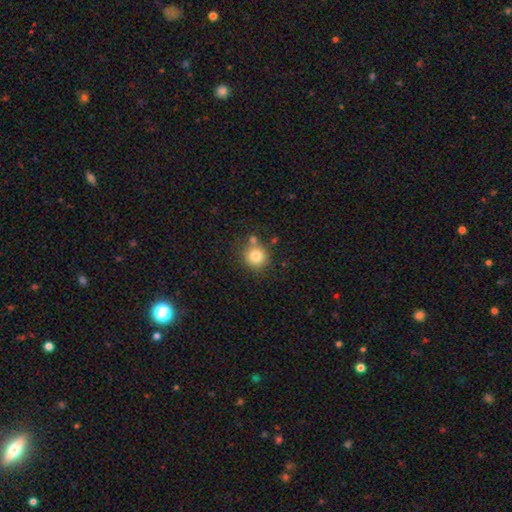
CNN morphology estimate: Smooth or featured? smooth (81%)
How rounded? round (90%)
Merging? none (71%)